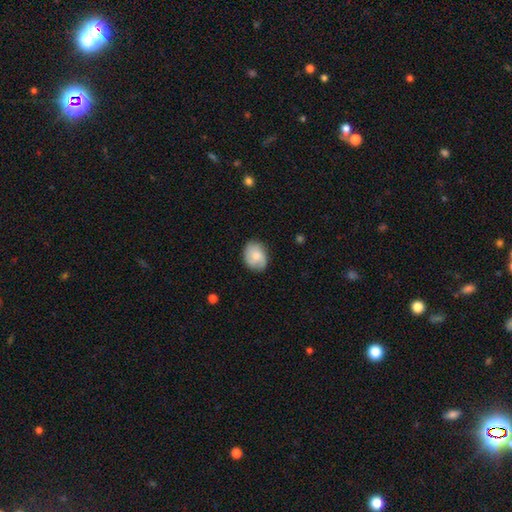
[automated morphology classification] smooth 69%, featured or disk 24%, star or artifact 7%. Down the decision tree: how rounded — in between (58%); merging — none (75%).